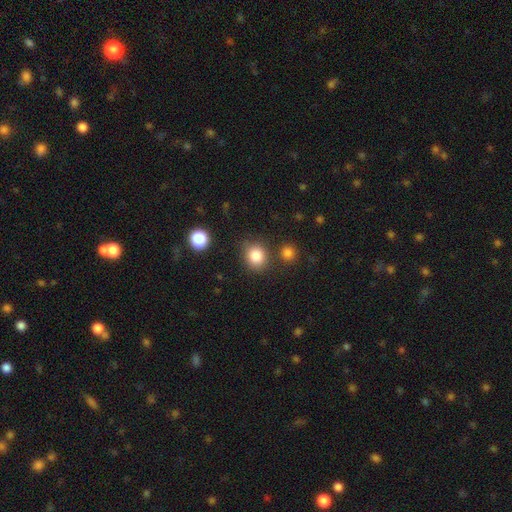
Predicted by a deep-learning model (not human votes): Smooth or featured: smooth — 85% (star or artifact — 10%)
How rounded: round — 75% (in between — 24%)
Merging: none — 77% (minor disturbance — 12%)